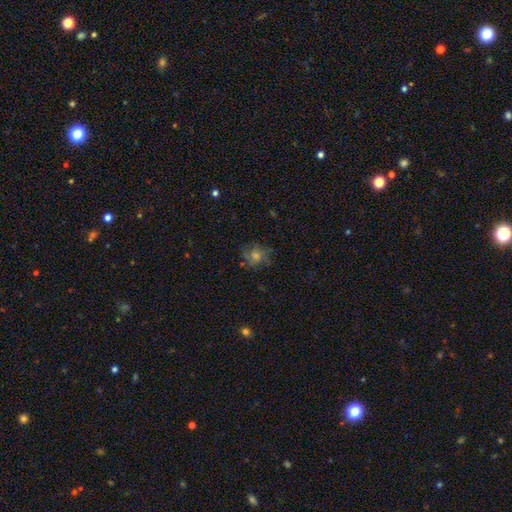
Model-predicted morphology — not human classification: Overall: featured or disk (44%; smooth 34%). Merging: none (73%).